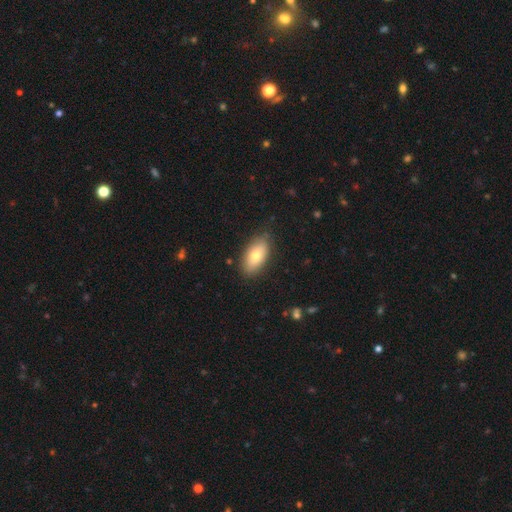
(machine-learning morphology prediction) Smooth or featured: smooth — 73% (featured or disk — 20%)
How rounded: in between — 91% (cigar-shaped — 5%)
Merging: none — 84% (minor disturbance — 13%)